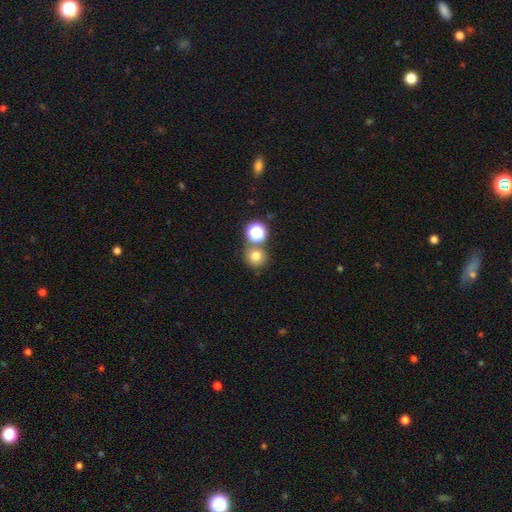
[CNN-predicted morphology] Smooth or featured: smooth — 75% (star or artifact — 17%)
How rounded: round — 89% (in between — 10%)
Merging: none — 68% (merger — 21%)